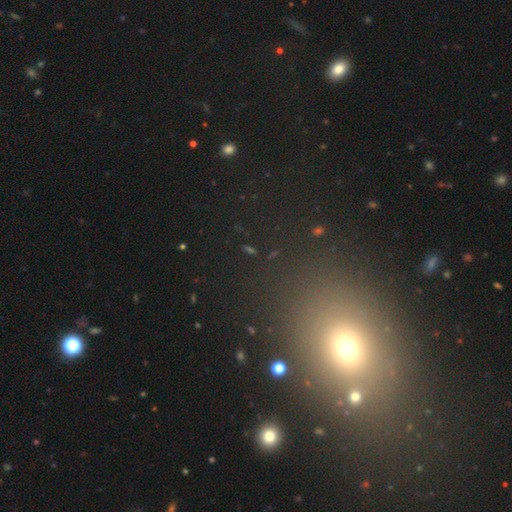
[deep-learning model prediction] Morphology: type=smooth (50%); merging=none (80%).